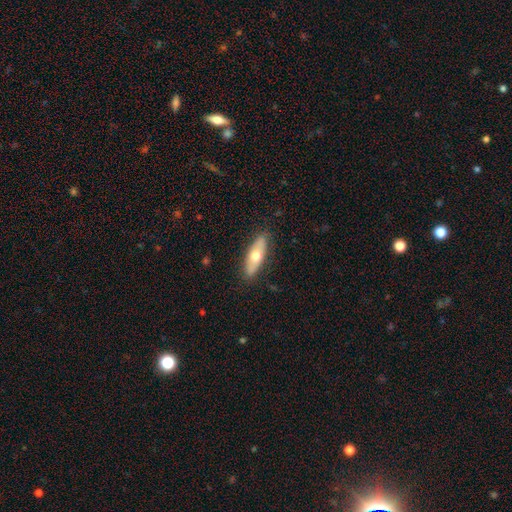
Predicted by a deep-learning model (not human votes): Morphology: type=smooth (58%); roundness=in between (53%); merging=none (87%).